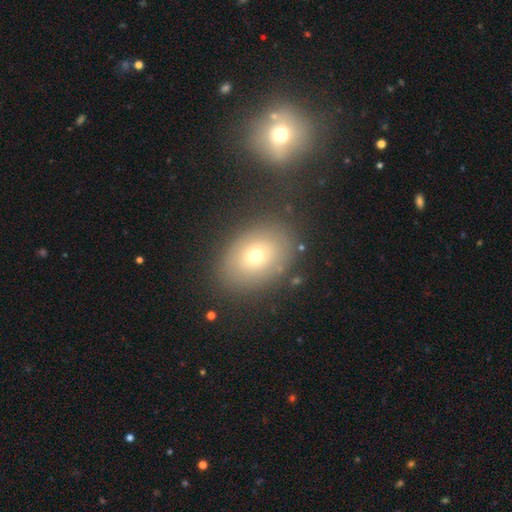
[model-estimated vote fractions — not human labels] smooth 66%, featured or disk 21%, star or artifact 13%. Down the decision tree: how rounded — in between (67%); merging — none (78%).